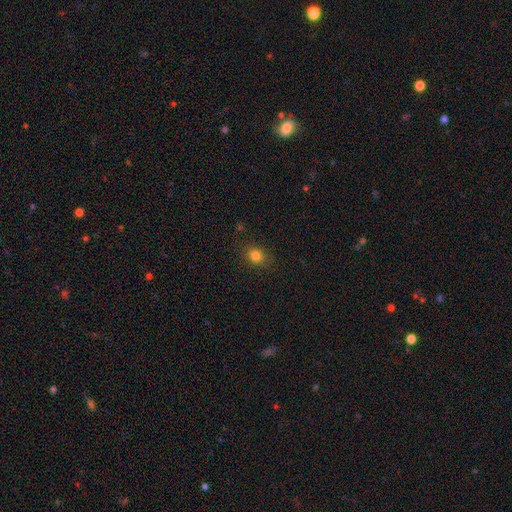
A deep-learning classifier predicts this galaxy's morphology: Overall: smooth (81%). How rounded: round (66%; in between 33%). Merging: none (85%).